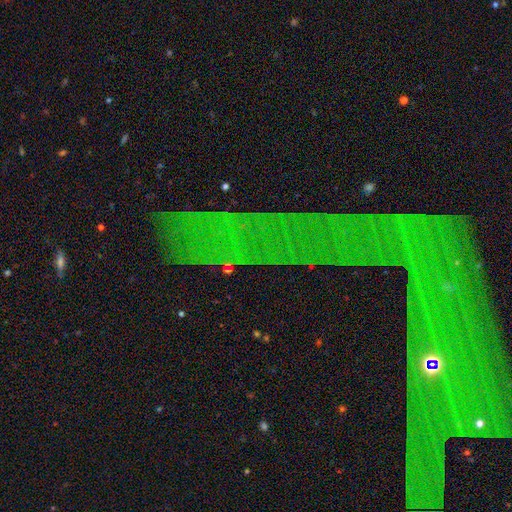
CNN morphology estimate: The model was most divided on "smooth or featured": star or artifact: 70%, featured or disk: 17%, smooth: 13%.